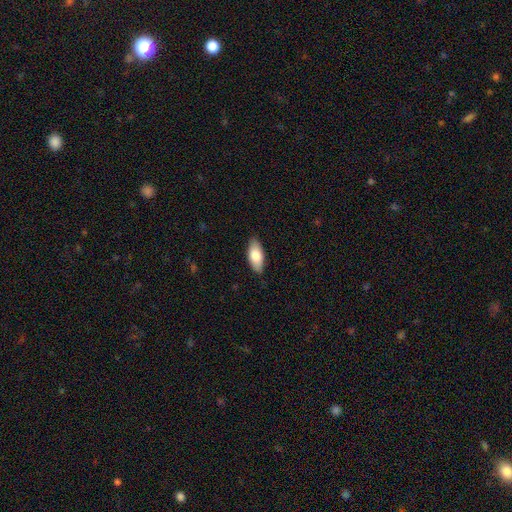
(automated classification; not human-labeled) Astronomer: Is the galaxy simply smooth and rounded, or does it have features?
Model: smooth — 77%.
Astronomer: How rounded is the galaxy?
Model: in between — 87%.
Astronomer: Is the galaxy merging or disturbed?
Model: none — 86%.